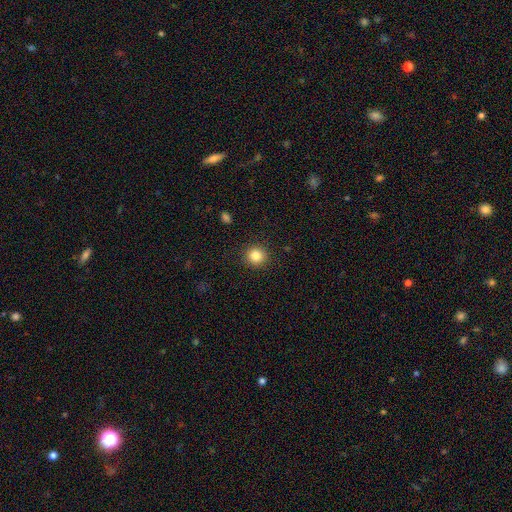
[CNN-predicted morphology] This is clearly a smooth galaxy (84%). How rounded: clearly round (93%). Merging: clearly none (92%).